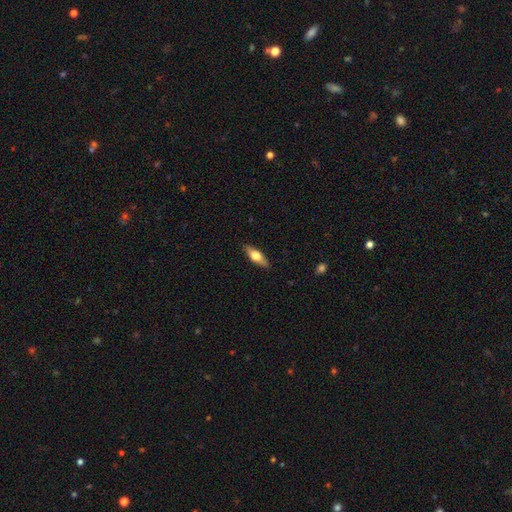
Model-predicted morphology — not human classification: Q: Smooth or featured?
A: smooth (56%); runner-up: featured or disk (38%)
Q: How rounded?
A: in between (56%); runner-up: cigar-shaped (41%)
Q: Merging?
A: none (88%); runner-up: minor disturbance (9%)